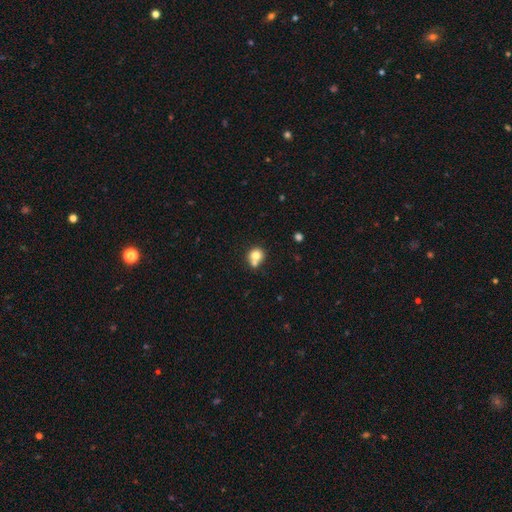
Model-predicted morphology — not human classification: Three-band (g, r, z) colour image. It shows a smooth galaxy with no disk features (76%) that is round (84%). Merging: none (47%).